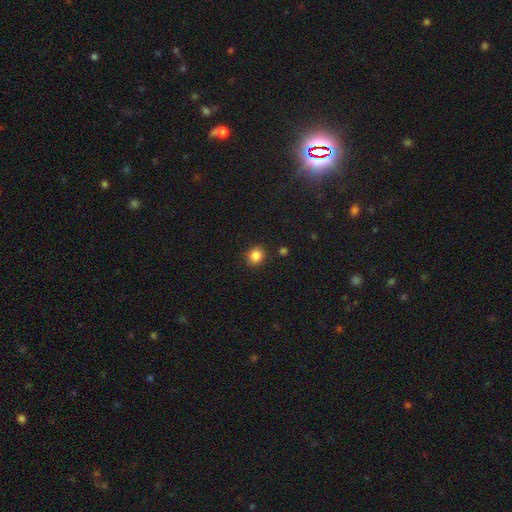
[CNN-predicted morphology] Smooth or featured?
  - smooth: 86% *
  - star or artifact: 10%
  - featured or disk: 4%
How rounded?
  - round: 75% *
  - in between: 24%
  - cigar-shaped: 1%
Merging?
  - none: 88% *
  - minor disturbance: 8%
  - major disturbance: 2%
  - merger: 2%